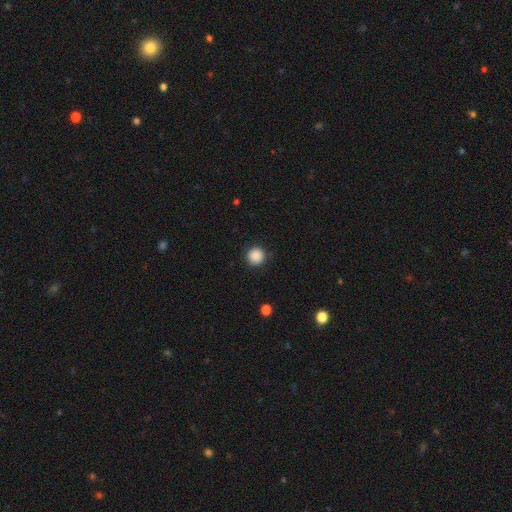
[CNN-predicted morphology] Smooth or featured? Predicted: smooth (p=0.88). How rounded? Predicted: round (p=0.95). Merging? Predicted: none (p=0.91).